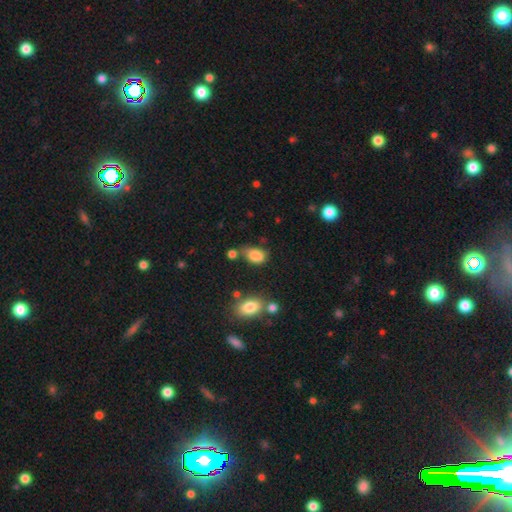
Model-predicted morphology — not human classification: This is clearly a smooth galaxy (84%). How rounded: clearly in between (83%). Merging: possibly none (46%).